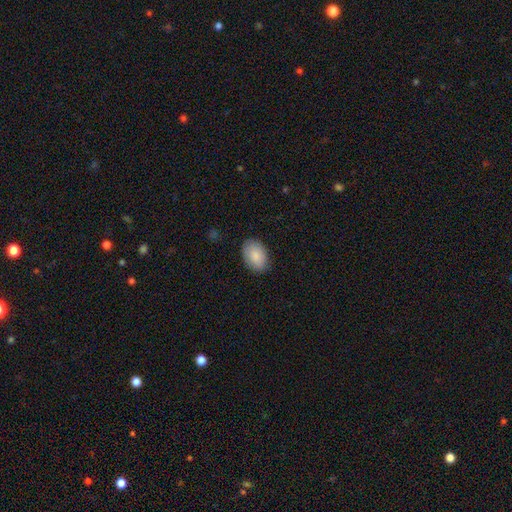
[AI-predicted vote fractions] Overall: smooth (88%). How rounded: in between (88%). Merging: none (86%).